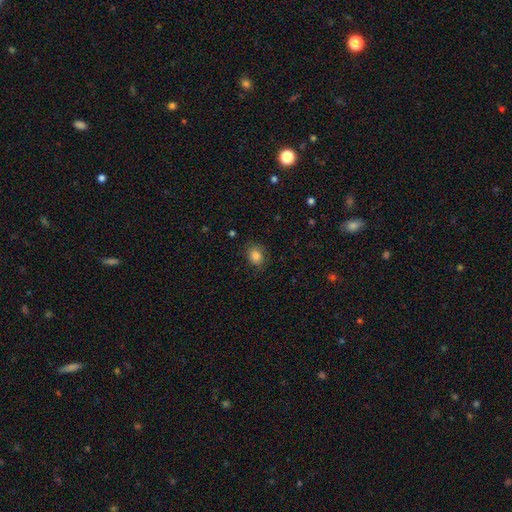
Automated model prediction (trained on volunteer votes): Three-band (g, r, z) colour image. It shows a smooth galaxy with no disk features (84%) that is round (55%). Merging: none (79%).